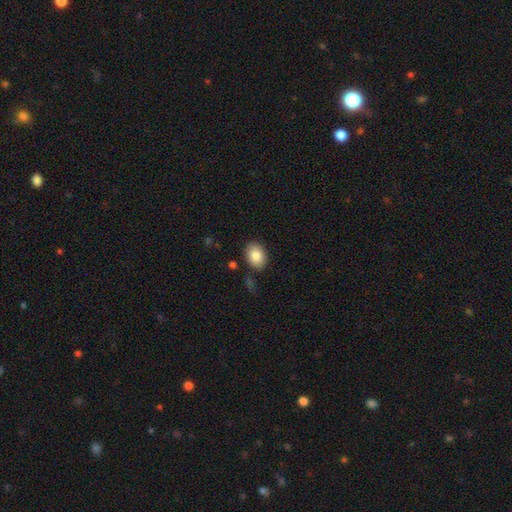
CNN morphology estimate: smooth_or_featured: smooth (p=0.85) [alt: featured or disk p=0.08]
how_rounded: in between (p=0.75) [alt: round p=0.24]
merging: none (p=0.84) [alt: minor disturbance p=0.10]